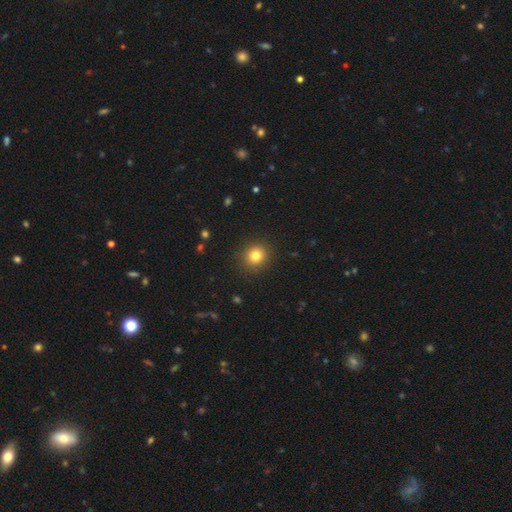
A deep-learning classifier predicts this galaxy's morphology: This is clearly a smooth galaxy (81%). How rounded: clearly round (88%). Merging: clearly none (90%).